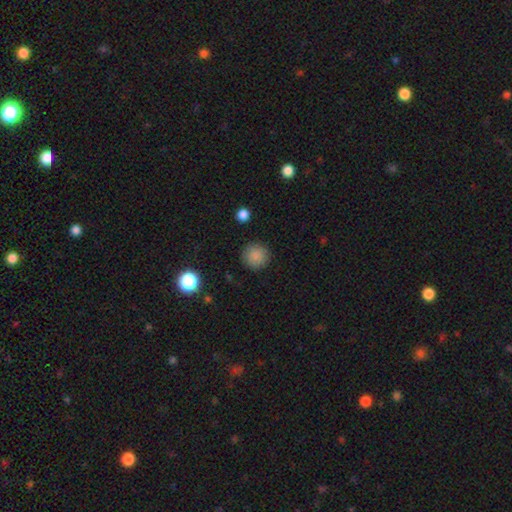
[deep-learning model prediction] Smooth or featured: smooth — 86% (star or artifact — 10%)
How rounded: round — 94% (in between — 5%)
Merging: none — 89% (minor disturbance — 7%)